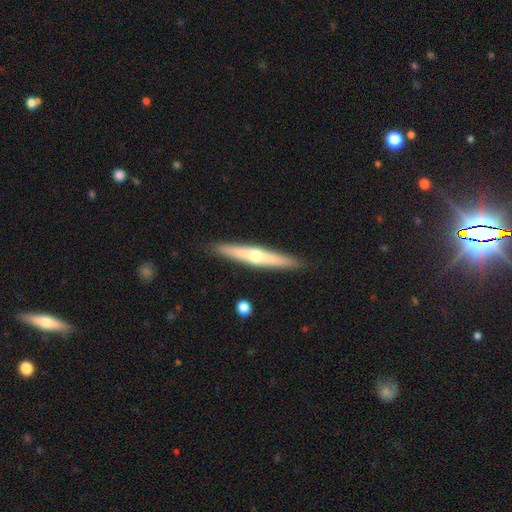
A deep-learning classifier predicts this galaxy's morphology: Smooth or featured? featured or disk (57%)
Edge-on disk? yes (95%)
Edge-on bulge? rounded (84%)
Merging? none (90%)